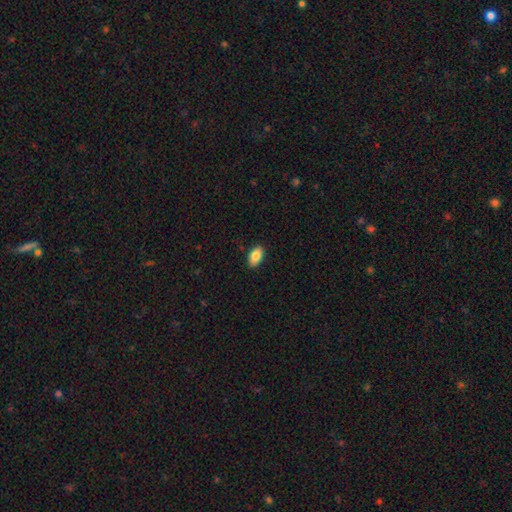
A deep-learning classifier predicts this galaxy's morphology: This appears to be a smooth galaxy with no disk features (86%) that is in between round and cigar-shaped (93%). Merging: none (89%).